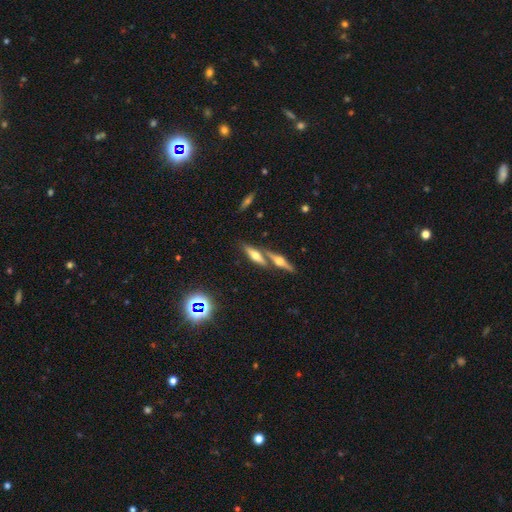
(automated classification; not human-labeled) Smooth or featured? Predicted: featured or disk (p=0.58). Edge-on disk? Predicted: yes (p=0.94). Edge-on bulge? Predicted: rounded (p=0.91). Merging? Predicted: none (p=0.62).